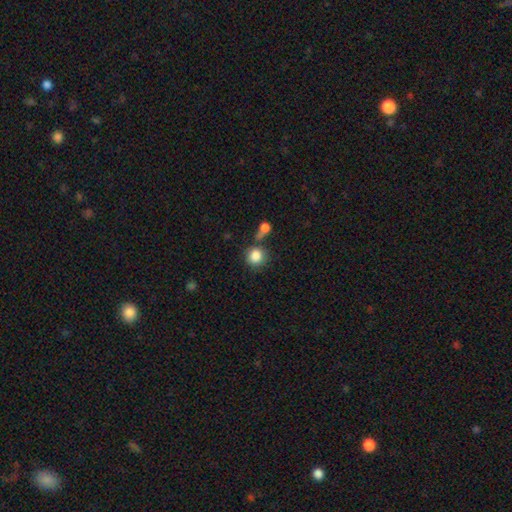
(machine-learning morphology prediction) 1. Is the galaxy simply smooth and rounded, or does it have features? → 85% smooth, 9% star or artifact, 5% featured or disk.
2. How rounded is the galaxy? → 88% round, 11% in between, 1% cigar-shaped.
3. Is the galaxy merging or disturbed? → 59% none, 22% merger, 13% minor disturbance, 6% major disturbance.